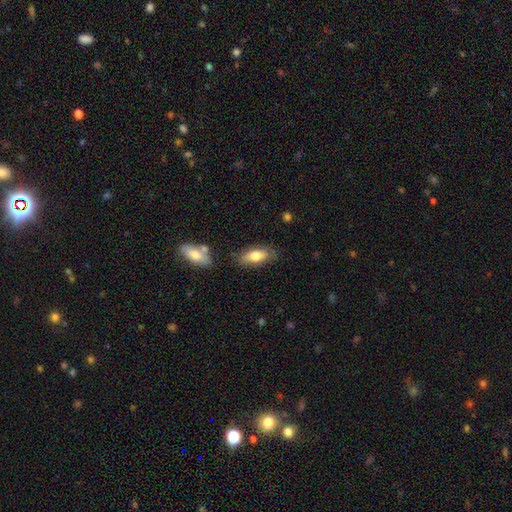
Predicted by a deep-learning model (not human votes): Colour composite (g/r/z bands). It shows a smooth galaxy with no disk features (75%) that is in between round and cigar-shaped (78%). Merging: none (75%).